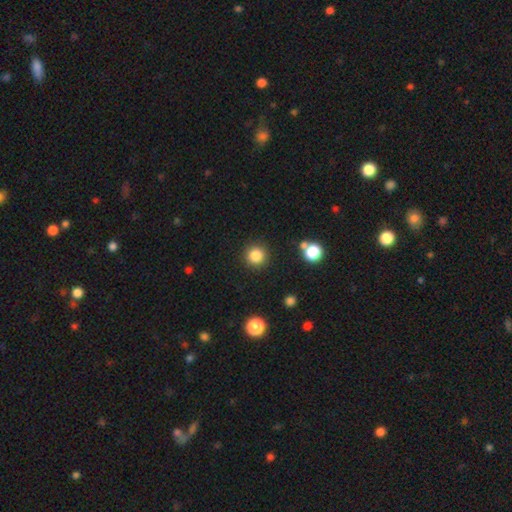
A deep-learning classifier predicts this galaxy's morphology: A smooth galaxy with no disk features (84%) that is round (95%).

Vote fractions:
- Smooth or featured? smooth: 84% / star or artifact: 11% / featured or disk: 5%
- How rounded? round: 95% / in between: 4% / cigar-shaped: 1%
- Merging? none: 90% / minor disturbance: 6% / major disturbance: 2% / merger: 2%